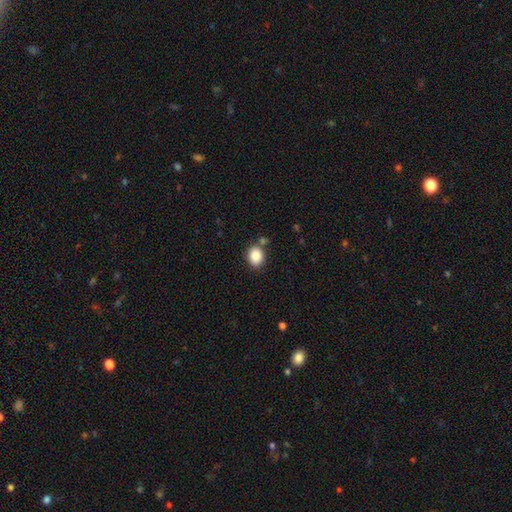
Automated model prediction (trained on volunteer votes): This appears to be a smooth galaxy with no disk features (87%) that is in between round and cigar-shaped (59%). Merging: none (77%).